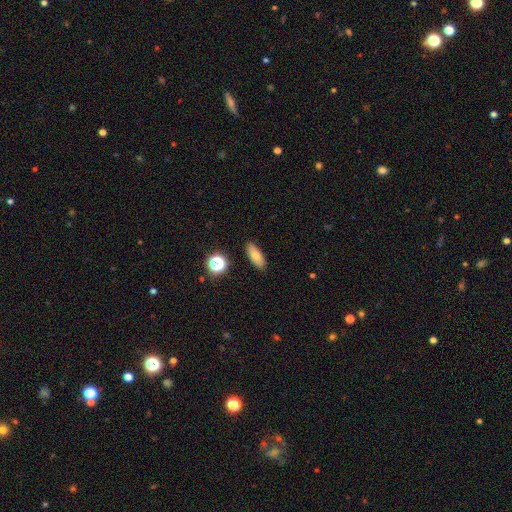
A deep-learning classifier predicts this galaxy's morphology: type=smooth (75%); roundness=in between (75%); merging=none (88%).